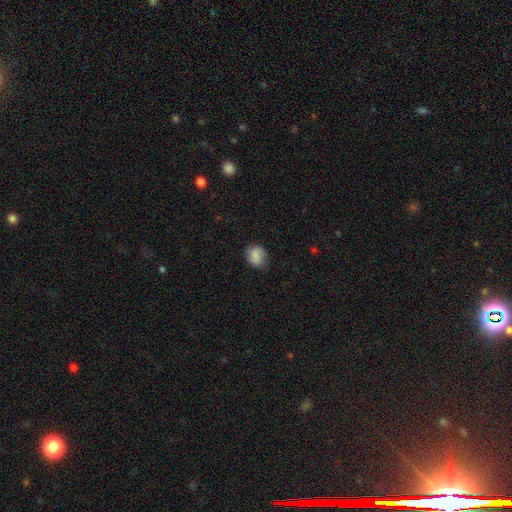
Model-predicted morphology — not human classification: smooth-or-featured: smooth: 80% | featured or disk: 12% | star or artifact: 8%
  how-rounded: round: 57% | in between: 42% | cigar-shaped: 1%
  merging: none: 71% | minor disturbance: 22% | major disturbance: 5% | merger: 1%